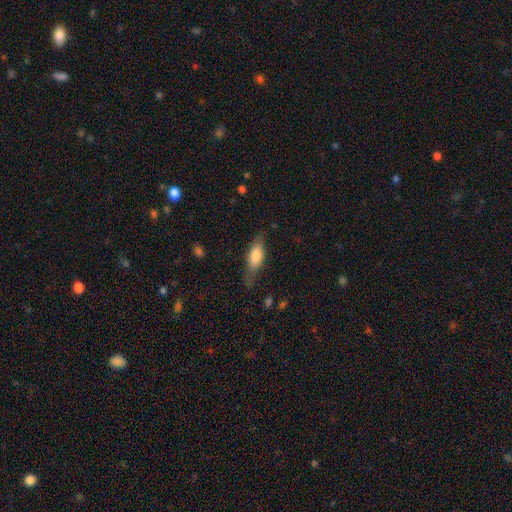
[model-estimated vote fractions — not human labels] smooth 71%, featured or disk 22%, star or artifact 6%. Down the decision tree: how rounded — in between (68%); merging — none (65%).